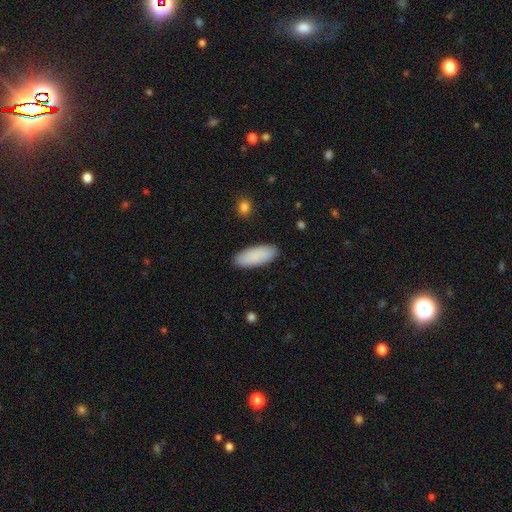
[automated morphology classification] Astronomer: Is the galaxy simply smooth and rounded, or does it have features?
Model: smooth — 90%.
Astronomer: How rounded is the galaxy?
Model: in between — 80%.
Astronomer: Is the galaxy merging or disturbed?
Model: none — 89%.